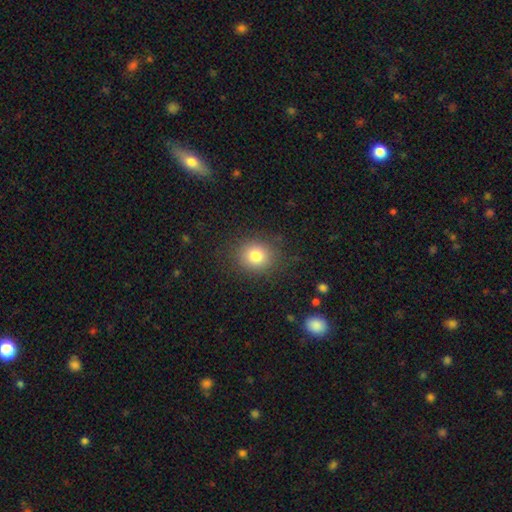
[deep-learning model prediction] smooth_or_featured: smooth (p=0.80) [alt: star or artifact p=0.12]
how_rounded: round (p=0.77) [alt: in between p=0.22]
merging: none (p=0.85) [alt: minor disturbance p=0.10]